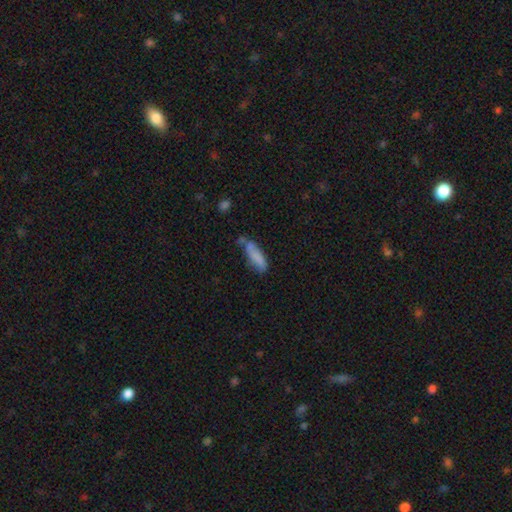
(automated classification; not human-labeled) A smooth galaxy with no disk features (76%) that is cigar-shaped (51%).

Vote fractions:
- Smooth or featured? smooth: 76% / featured or disk: 16% / star or artifact: 8%
- How rounded? cigar-shaped: 51% / in between: 47% / round: 2%
- Merging? none: 45% / minor disturbance: 28% / merger: 18% / major disturbance: 10%